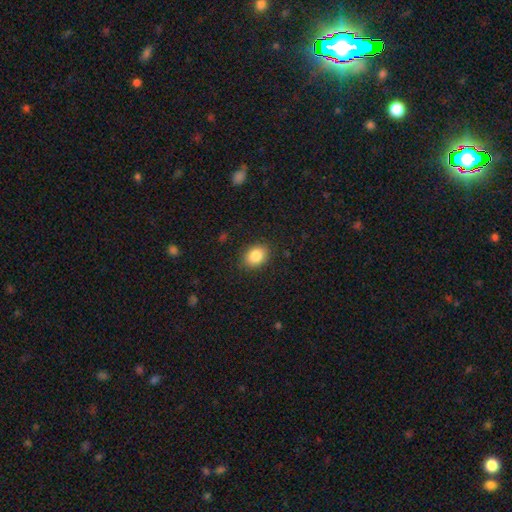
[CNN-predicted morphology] Smooth or featured? smooth (85%)
How rounded? in between (58%)
Merging? none (87%)